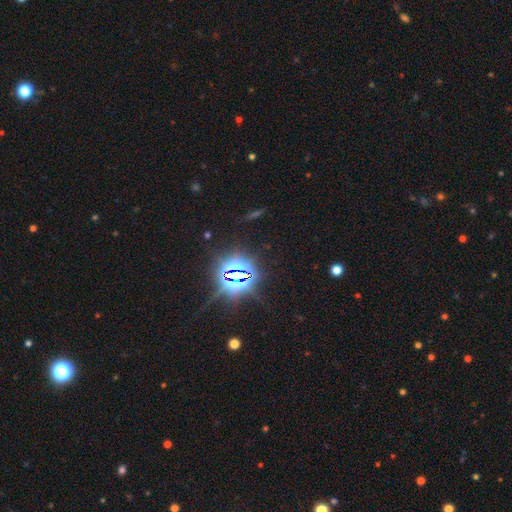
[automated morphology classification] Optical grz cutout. It shows a star or artifact, not a galaxy (87%).